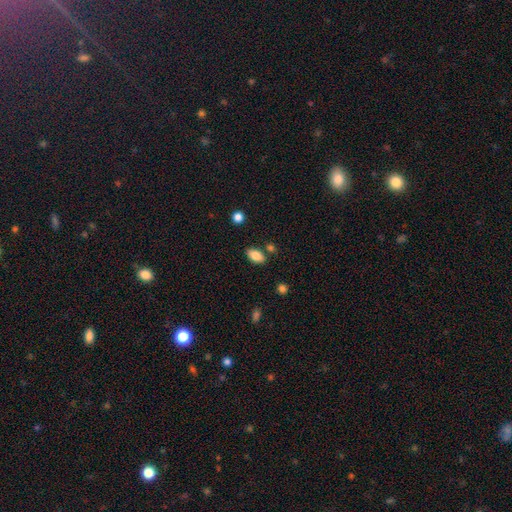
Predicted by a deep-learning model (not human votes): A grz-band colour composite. It shows a smooth galaxy with no disk features (85%) that is in between round and cigar-shaped (91%). Merging: none (79%).